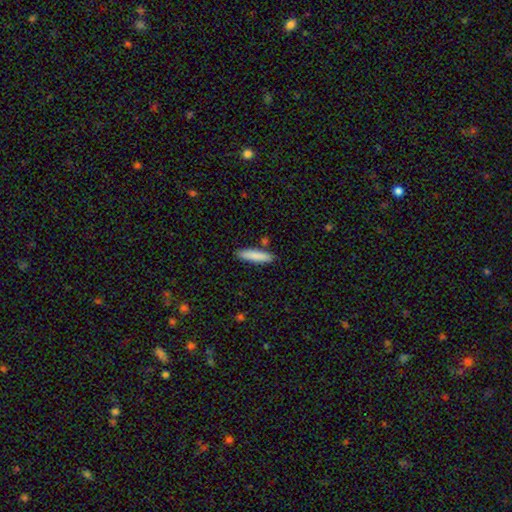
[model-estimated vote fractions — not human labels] Overall: smooth (85%). How rounded: cigar-shaped (82%). Merging: none (85%).